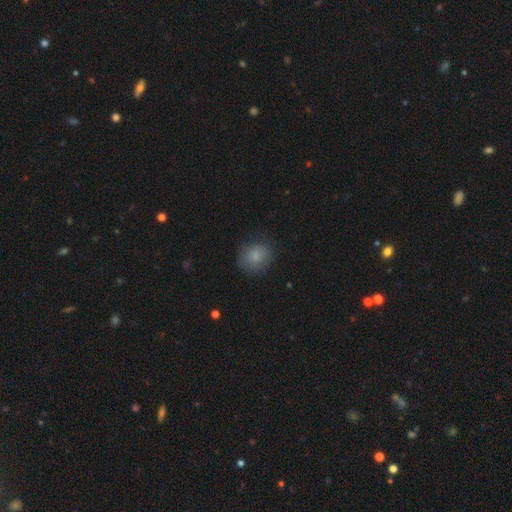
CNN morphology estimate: The model was most divided on "how rounded": round: 70%, in between: 29%, cigar-shaped: 1%. More confident: smooth or featured — smooth (83%); merging — none (78%).